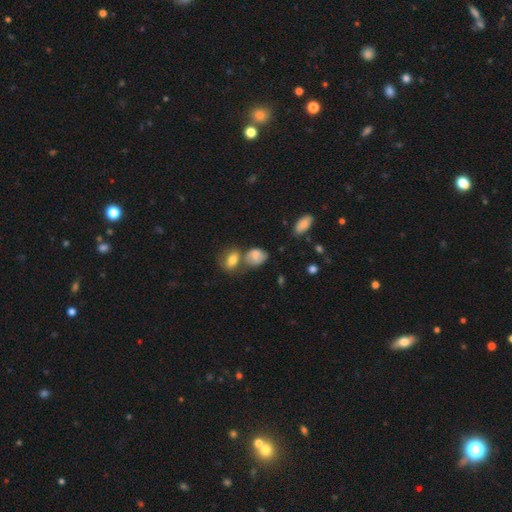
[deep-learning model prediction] Smooth or featured? Predicted: smooth (p=0.68). How rounded? Predicted: in between (p=0.70). Merging? Predicted: none (p=0.42).